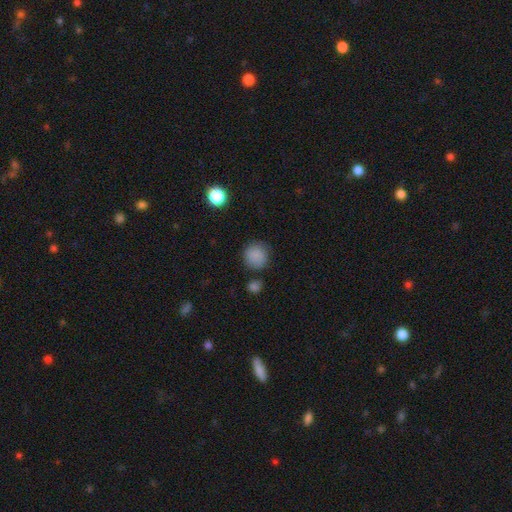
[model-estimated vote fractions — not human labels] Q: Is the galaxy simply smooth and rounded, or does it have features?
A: smooth — 86%.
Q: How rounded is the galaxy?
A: round — 90%.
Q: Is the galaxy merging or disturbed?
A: none — 79%.